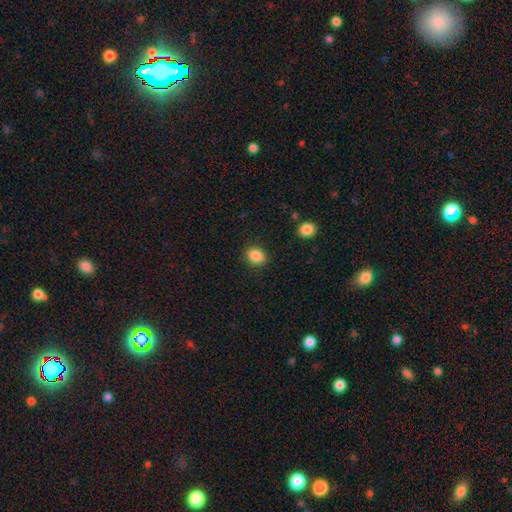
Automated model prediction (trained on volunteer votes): Smooth or featured? smooth (87%)
How rounded? round (60%)
Merging? none (88%)